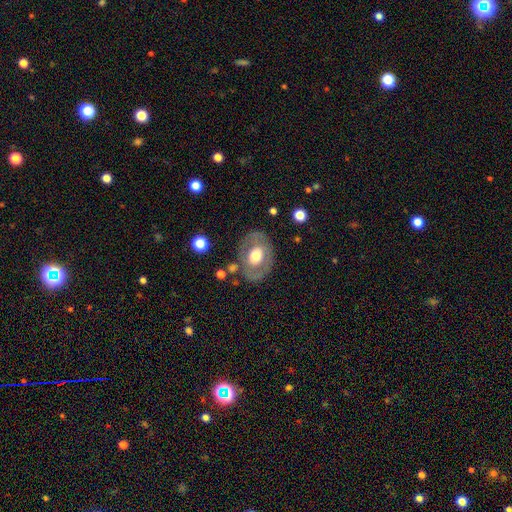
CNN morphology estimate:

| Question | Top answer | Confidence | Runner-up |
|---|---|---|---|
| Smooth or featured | featured or disk | 50% | smooth (44%) |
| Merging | none | 74% | minor disturbance (15%) |